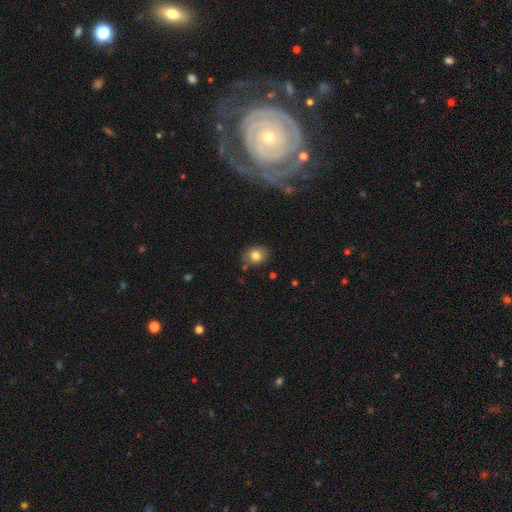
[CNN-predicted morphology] Q: Smooth or featured?
A: smooth (81%); runner-up: star or artifact (10%)
Q: How rounded?
A: round (51%); runner-up: in between (48%)
Q: Merging?
A: none (80%); runner-up: minor disturbance (13%)